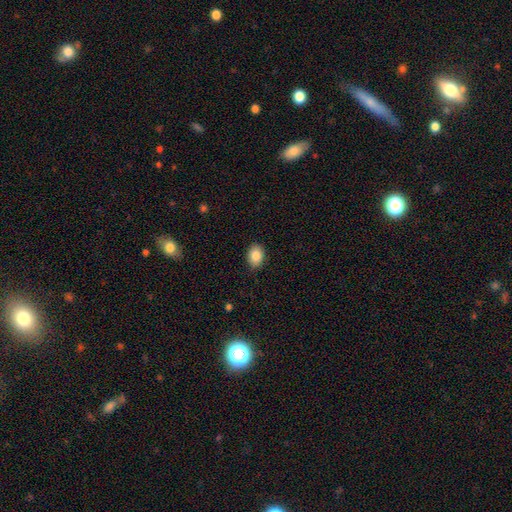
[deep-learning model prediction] Morphology: type=smooth (86%); roundness=in between (76%); merging=none (87%).